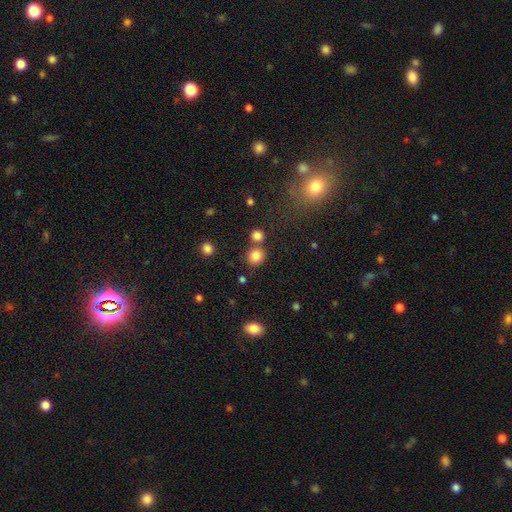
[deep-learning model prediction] smooth-or-featured: smooth: 82% | star or artifact: 12% | featured or disk: 6%
  how-rounded: round: 86% | in between: 13% | cigar-shaped: 1%
  merging: none: 71% | merger: 18% | minor disturbance: 8% | major disturbance: 3%